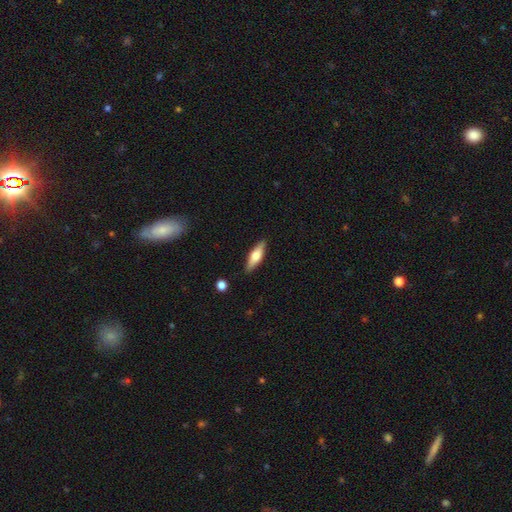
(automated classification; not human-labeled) Morphology: type=smooth (57%); roundness=cigar-shaped (52%); merging=none (88%).